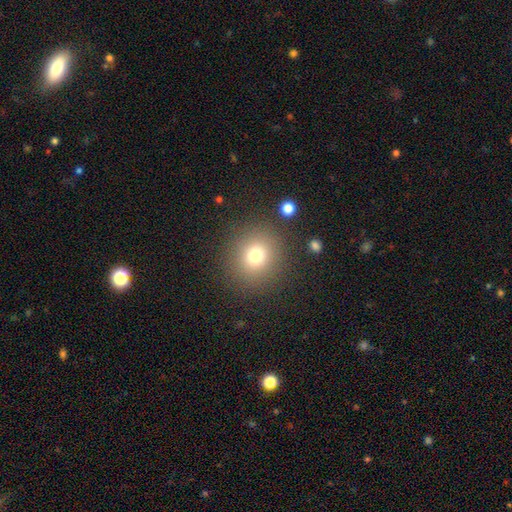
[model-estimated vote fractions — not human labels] Smooth or featured?
  - smooth: 75% *
  - star or artifact: 16%
  - featured or disk: 9%
How rounded?
  - round: 90% *
  - in between: 9%
  - cigar-shaped: 1%
Merging?
  - none: 87% *
  - minor disturbance: 7%
  - major disturbance: 4%
  - merger: 2%